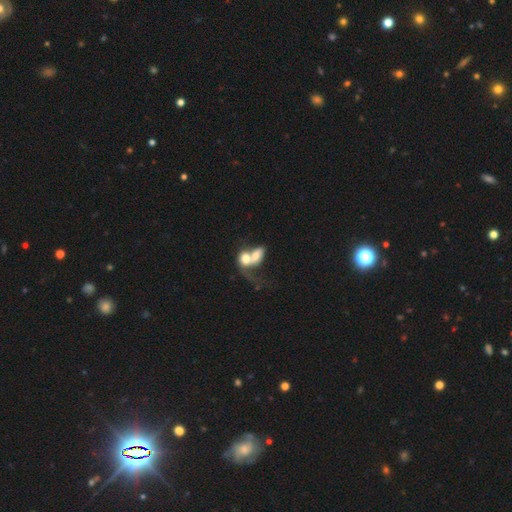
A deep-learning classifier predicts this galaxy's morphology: Smooth or featured? smooth (58%)
How rounded? in between (69%)
Merging? merger (76%)